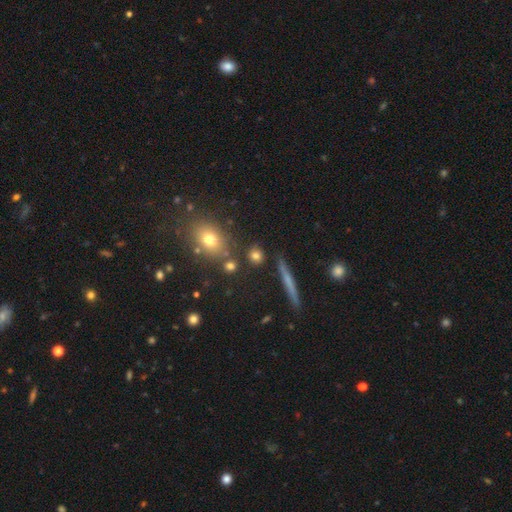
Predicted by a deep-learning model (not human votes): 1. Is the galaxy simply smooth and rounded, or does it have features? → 77% smooth, 13% star or artifact, 10% featured or disk.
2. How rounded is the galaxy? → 77% round, 17% in between, 7% cigar-shaped.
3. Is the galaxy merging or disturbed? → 81% none, 9% minor disturbance, 7% merger, 3% major disturbance.